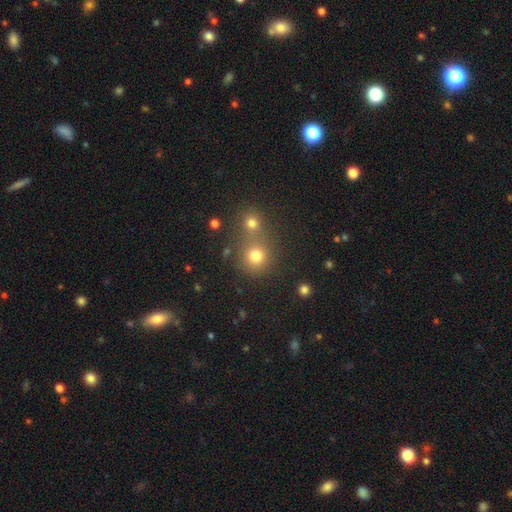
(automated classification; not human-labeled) smooth_or_featured: smooth (p=0.76) [alt: star or artifact p=0.16]
how_rounded: round (p=0.88) [alt: in between p=0.11]
merging: none (p=0.56) [alt: merger p=0.34]